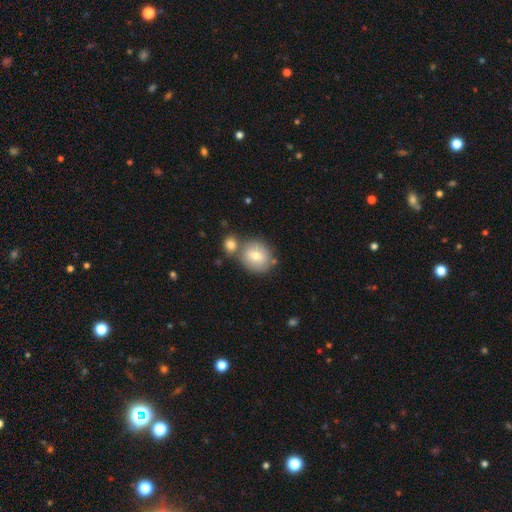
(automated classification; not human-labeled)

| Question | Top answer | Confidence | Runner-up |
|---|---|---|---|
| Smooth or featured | smooth | 73% | featured or disk (19%) |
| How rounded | round | 76% | in between (23%) |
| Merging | none | 56% | merger (30%) |